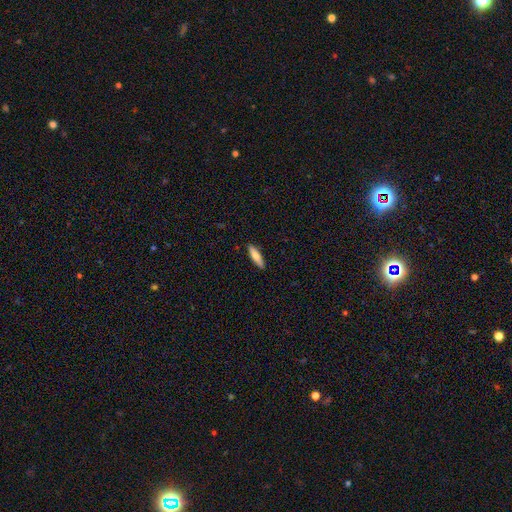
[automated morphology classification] The model was most divided on "how rounded": cigar-shaped: 72%, in between: 27%, round: 2%. More confident: merging — none (89%); smooth or featured — smooth (71%).